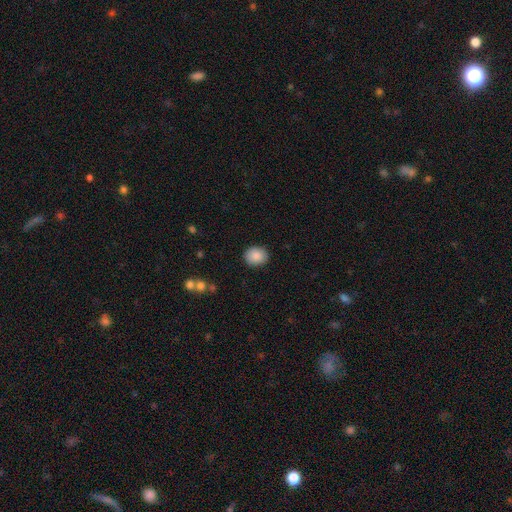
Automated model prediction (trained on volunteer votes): Morphology: type=smooth (88%); roundness=round (64%); merging=none (88%).